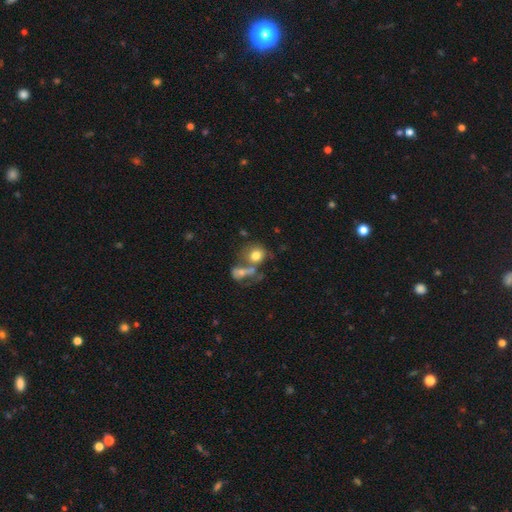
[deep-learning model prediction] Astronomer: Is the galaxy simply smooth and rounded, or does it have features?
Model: smooth — 73%.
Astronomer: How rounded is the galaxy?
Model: round — 72%.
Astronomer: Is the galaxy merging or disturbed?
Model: merger — 42% (runner-up: none, 37%).